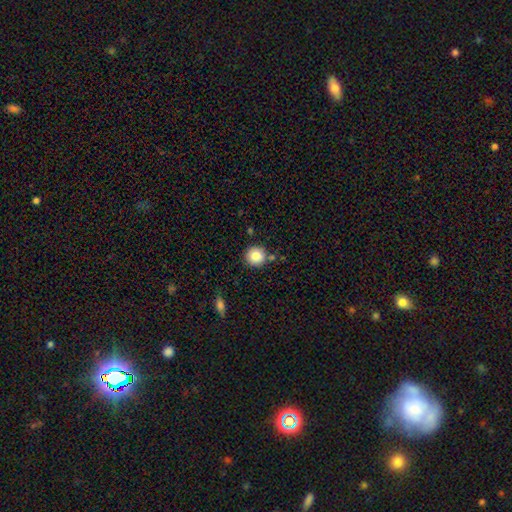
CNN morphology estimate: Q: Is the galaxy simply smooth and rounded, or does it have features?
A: smooth — 83%.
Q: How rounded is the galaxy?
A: round — 93%.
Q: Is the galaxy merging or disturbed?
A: none — 82%.